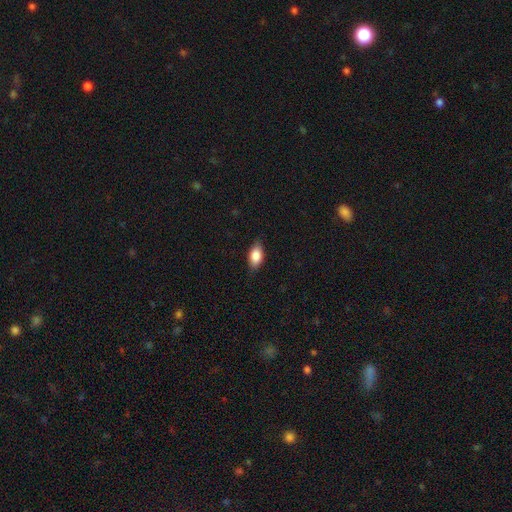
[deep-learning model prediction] Smooth or featured?
  - smooth: 84% *
  - featured or disk: 9%
  - star or artifact: 7%
How rounded?
  - in between: 89% *
  - round: 6%
  - cigar-shaped: 4%
Merging?
  - none: 82% *
  - minor disturbance: 14%
  - major disturbance: 3%
  - merger: 1%